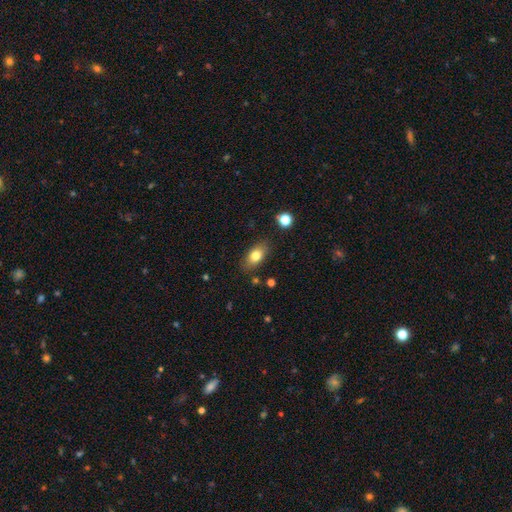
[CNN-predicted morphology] A smooth galaxy with no disk features (78%) that is in between round and cigar-shaped (85%). Merging: none (83%).